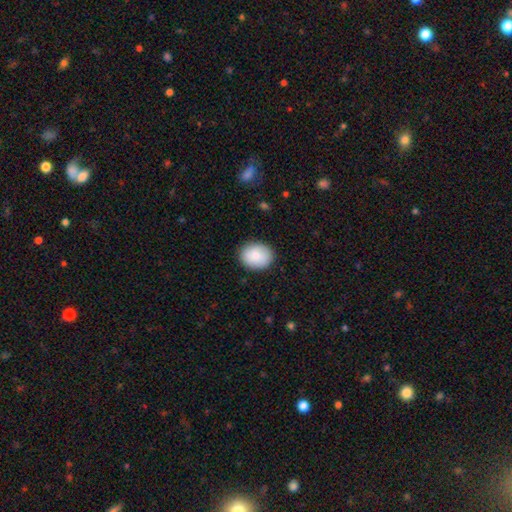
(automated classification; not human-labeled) Smooth or featured? smooth (85%)
How rounded? round (52%)
Merging? none (87%)